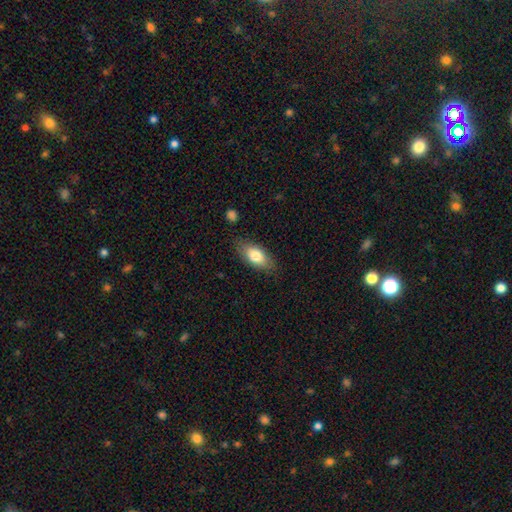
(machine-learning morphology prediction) Overall: smooth (77%). How rounded: in between (87%). Merging: none (80%).